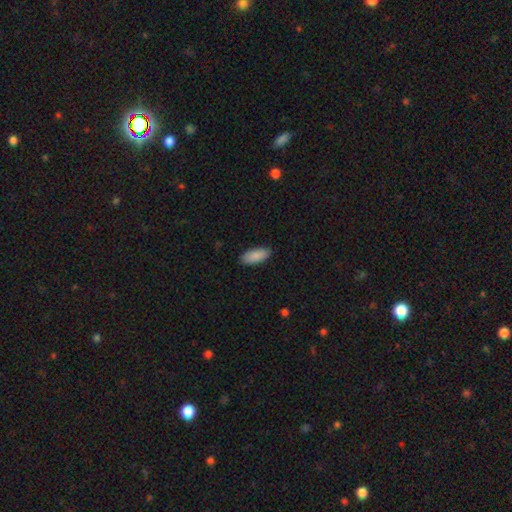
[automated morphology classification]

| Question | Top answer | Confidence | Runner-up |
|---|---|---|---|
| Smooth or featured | smooth | 90% | star or artifact (6%) |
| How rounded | in between | 86% | cigar-shaped (13%) |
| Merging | none | 89% | minor disturbance (8%) |